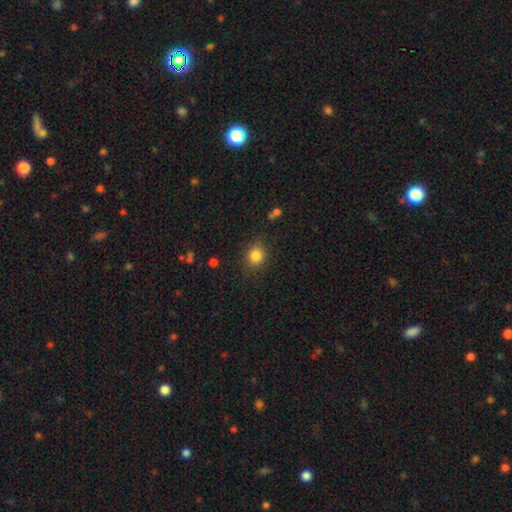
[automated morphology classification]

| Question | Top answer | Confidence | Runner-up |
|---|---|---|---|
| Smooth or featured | smooth | 84% | star or artifact (11%) |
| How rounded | round | 61% | in between (38%) |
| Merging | none | 80% | minor disturbance (14%) |